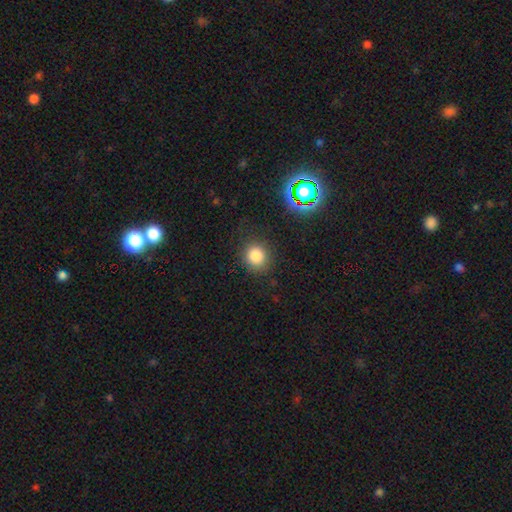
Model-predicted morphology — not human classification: smooth_or_featured: smooth (p=0.81) [alt: star or artifact p=0.14]
how_rounded: round (p=0.86) [alt: in between p=0.13]
merging: none (p=0.85) [alt: minor disturbance p=0.10]